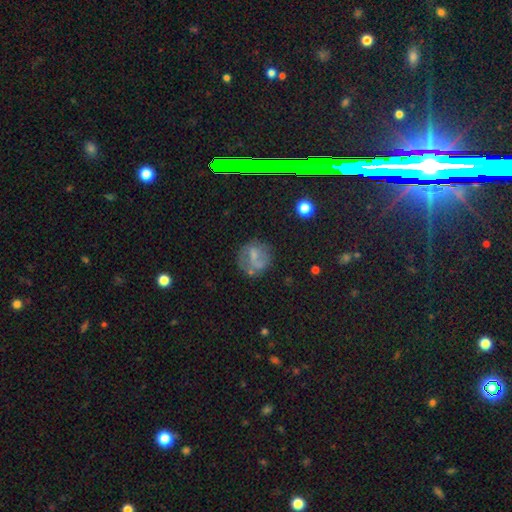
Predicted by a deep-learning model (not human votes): Smooth or featured? smooth (42%)
Merging? none (61%)